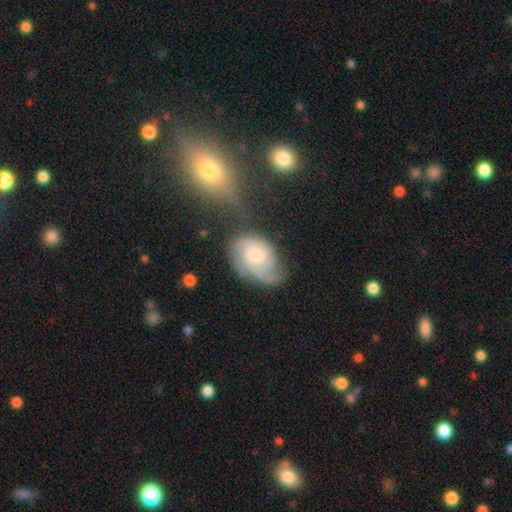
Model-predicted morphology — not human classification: Smooth or featured? featured or disk (77%)
Edge-on disk? no (97%)
Bar? no (73%)
Spiral arms? yes (94%)
Spiral winding? tight (52%)
Spiral arm count? 3 (30%)
Bulge size? moderate (48%)
Merging? none (57%)